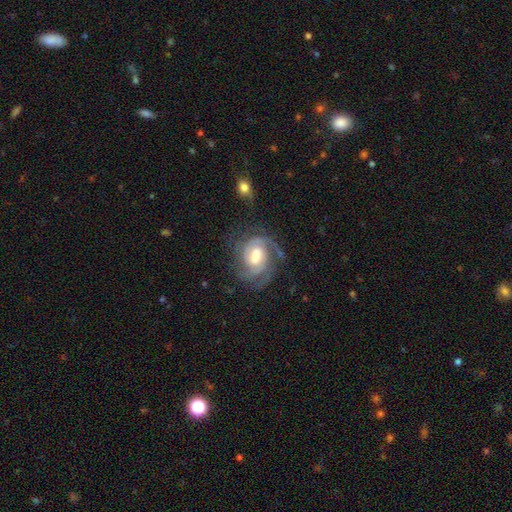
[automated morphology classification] type=featured or disk (87%); edge-on=no (98%); bar=weak (51%); spiral arms=yes (97%); winding=tight (51%); arm count=3 (34%); bulge=moderate (54%); merging=none (64%).